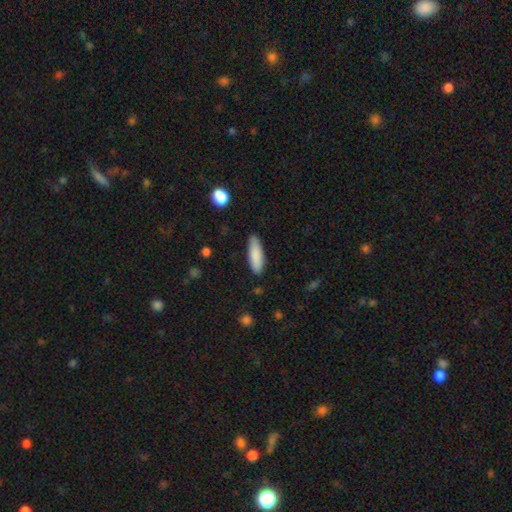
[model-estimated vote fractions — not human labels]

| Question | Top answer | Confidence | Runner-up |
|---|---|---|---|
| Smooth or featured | smooth | 86% | featured or disk (8%) |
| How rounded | cigar-shaped | 53% | in between (45%) |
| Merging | none | 84% | minor disturbance (12%) |